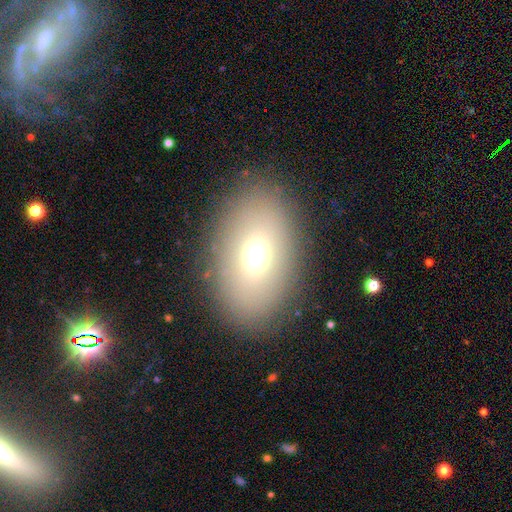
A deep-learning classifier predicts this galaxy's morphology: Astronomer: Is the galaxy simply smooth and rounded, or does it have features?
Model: smooth — 65%.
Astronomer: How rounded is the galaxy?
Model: in between — 79%.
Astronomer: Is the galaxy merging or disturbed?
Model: none — 85%.